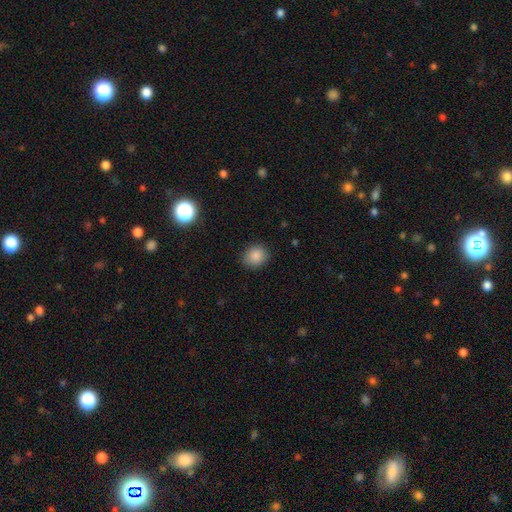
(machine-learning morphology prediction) Smooth or featured? smooth (86%)
How rounded? round (64%)
Merging? none (87%)